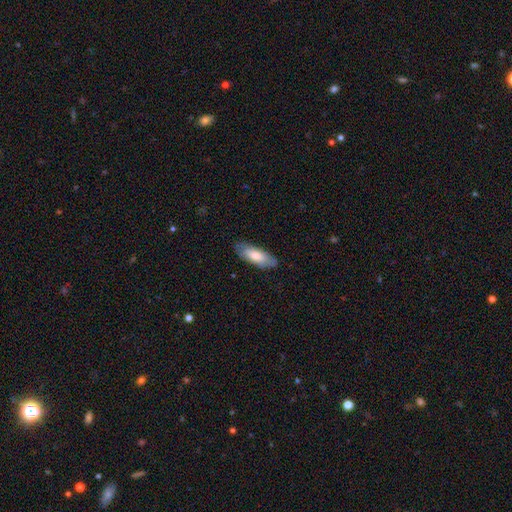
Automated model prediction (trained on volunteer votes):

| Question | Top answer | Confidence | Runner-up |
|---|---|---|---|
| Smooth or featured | smooth | 73% | featured or disk (22%) |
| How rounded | in between | 71% | cigar-shaped (28%) |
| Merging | none | 82% | minor disturbance (15%) |